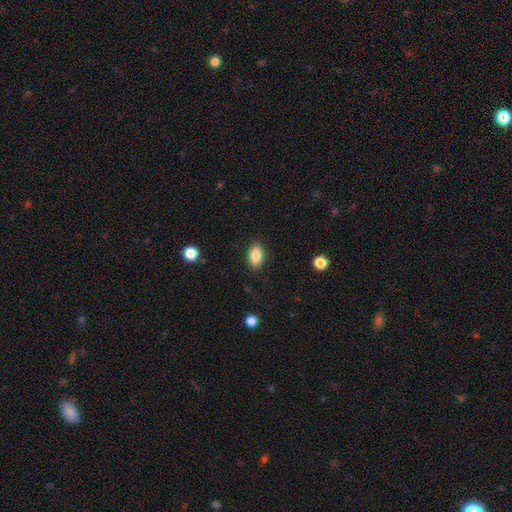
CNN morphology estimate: type=smooth (86%); roundness=in between (91%); merging=none (87%).